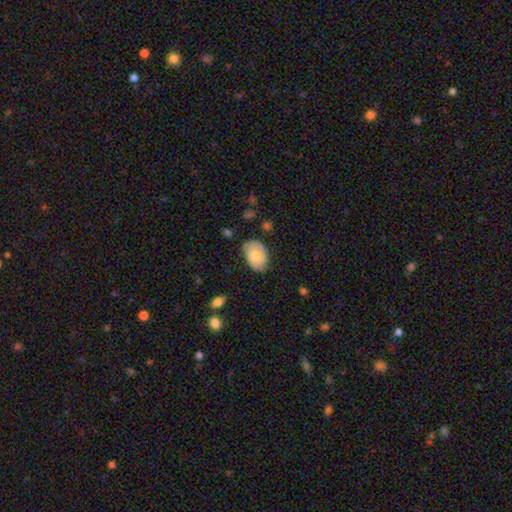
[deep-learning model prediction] smooth_or_featured: featured or disk (p=0.51) [alt: smooth p=0.43]
disk_edge_on: no (p=0.96) [alt: yes p=0.04]
merging: none (p=0.72) [alt: minor disturbance p=0.21]